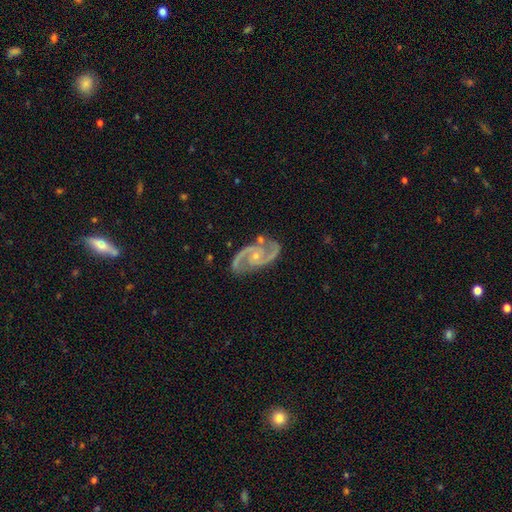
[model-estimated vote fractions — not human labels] Smooth or featured: featured or disk — 92% (star or artifact — 5%)
Edge-on disk: no — 98% (yes — 2%)
Bar: no — 62% (weak — 30%)
Spiral arms: yes — 98% (no — 2%)
Spiral winding: medium — 62% (tight — 23%)
Spiral arm count: 2 — 92% (3 — 3%)
Bulge size: small — 69% (moderate — 26%)
Merging: none — 79% (minor disturbance — 14%)